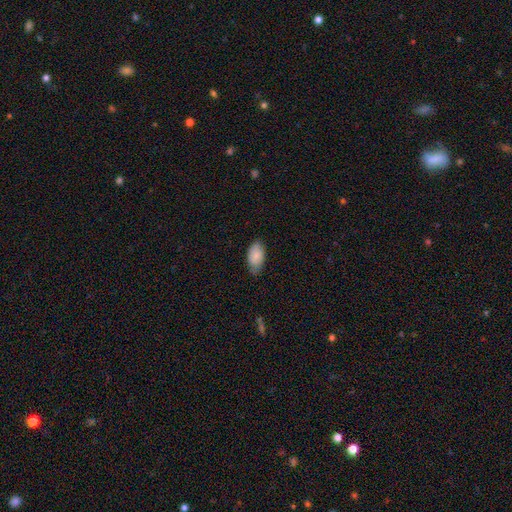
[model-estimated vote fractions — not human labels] Overall: smooth (83%). How rounded: in between (94%). Merging: none (70%).